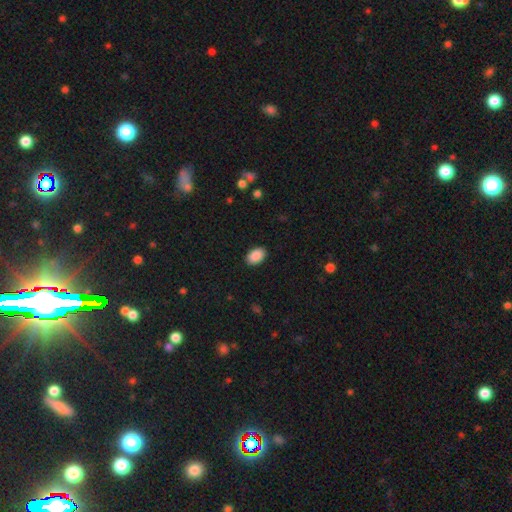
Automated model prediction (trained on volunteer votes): A smooth galaxy with no disk features (90%) that is in between round and cigar-shaped (88%).

Vote fractions:
- Smooth or featured? smooth: 90% / star or artifact: 7% / featured or disk: 3%
- How rounded? in between: 88% / round: 11% / cigar-shaped: 1%
- Merging? none: 89% / minor disturbance: 8% / major disturbance: 2% / merger: 1%